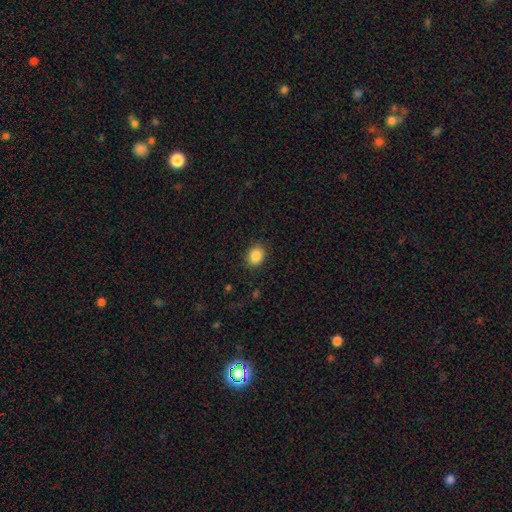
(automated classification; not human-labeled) Q: Smooth or featured?
A: smooth (87%); runner-up: star or artifact (9%)
Q: How rounded?
A: in between (56%); runner-up: round (43%)
Q: Merging?
A: none (88%); runner-up: minor disturbance (9%)